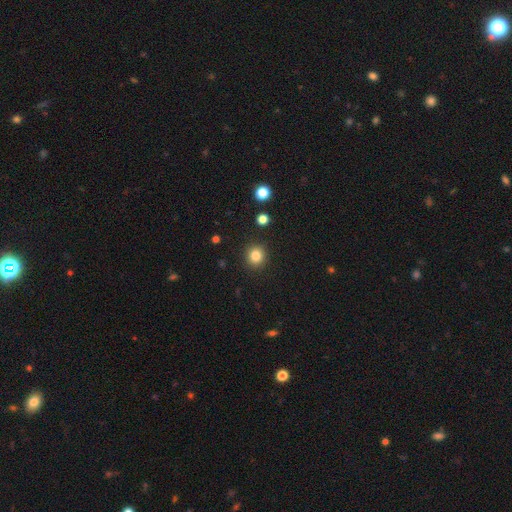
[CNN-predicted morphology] Smooth or featured? smooth (83%)
How rounded? round (91%)
Merging? none (91%)